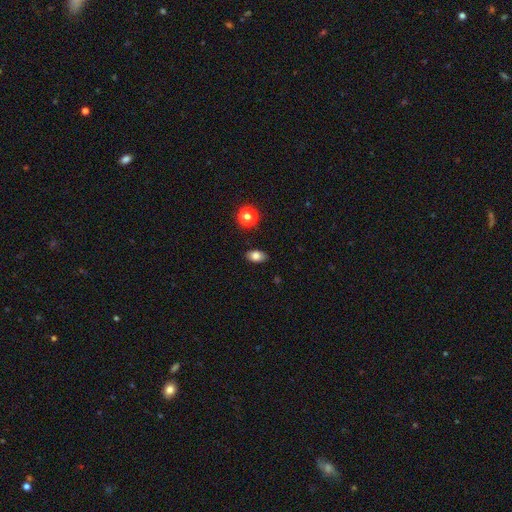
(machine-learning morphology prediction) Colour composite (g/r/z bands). It shows a smooth galaxy with no disk features (81%) that is in between round and cigar-shaped (87%). Merging: none (85%).